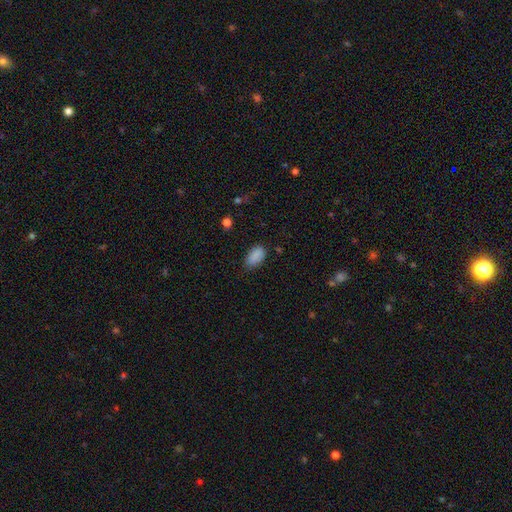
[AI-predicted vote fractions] A smooth galaxy with no disk features (87%) that is in between round and cigar-shaped (93%).

Vote fractions:
- Smooth or featured? smooth: 87% / star or artifact: 8% / featured or disk: 4%
- How rounded? in between: 93% / round: 5% / cigar-shaped: 2%
- Merging? none: 69% / minor disturbance: 25% / major disturbance: 5% / merger: 1%